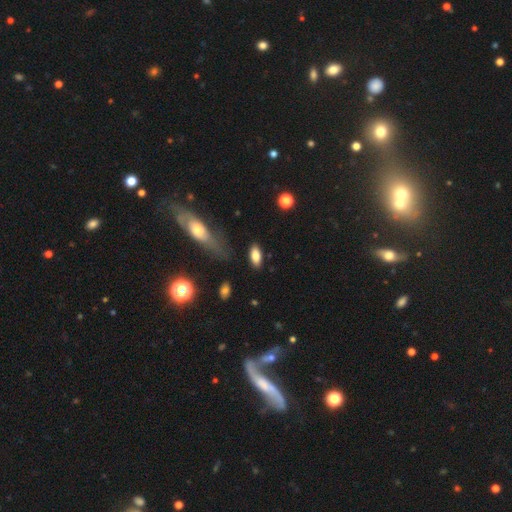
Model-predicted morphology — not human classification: Smooth or featured? Predicted: smooth (p=0.79). How rounded? Predicted: in between (p=0.87). Merging? Predicted: none (p=0.82).